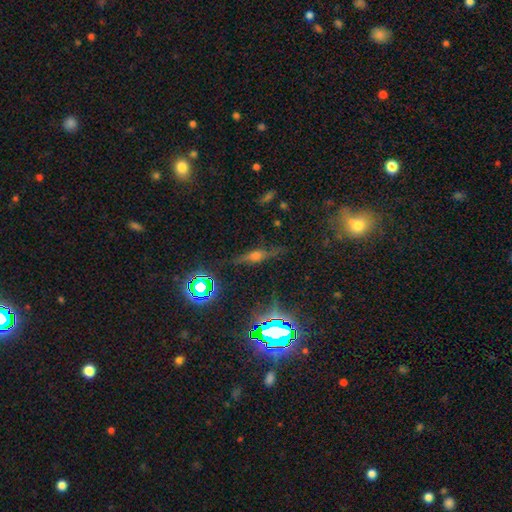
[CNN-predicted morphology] This is possibly a featured or disk galaxy (50%). Merging: likely none (79%).